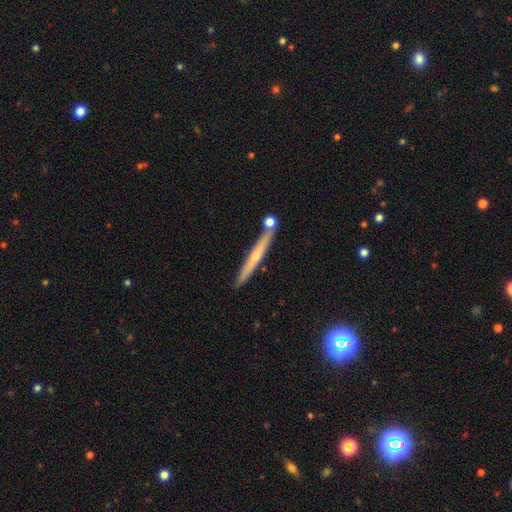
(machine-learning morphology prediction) Smooth or featured? Predicted: featured or disk (p=0.53). Edge-on disk? Predicted: yes (p=0.96). Edge-on bulge? Predicted: rounded (p=0.48). Merging? Predicted: none (p=0.83).